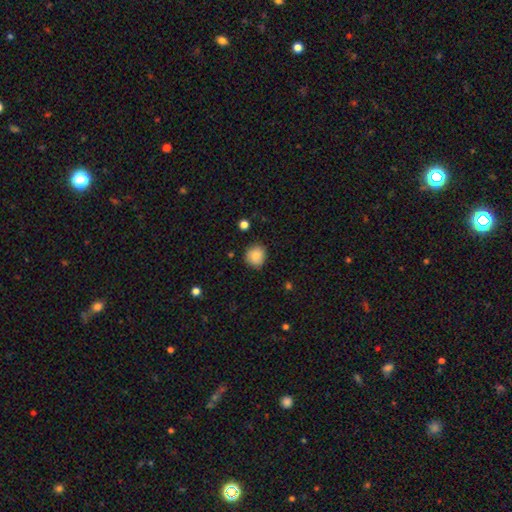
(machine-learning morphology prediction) Smooth or featured?
  - smooth: 87% *
  - star or artifact: 8%
  - featured or disk: 4%
How rounded?
  - round: 88% *
  - in between: 11%
  - cigar-shaped: 1%
Merging?
  - none: 85% *
  - minor disturbance: 11%
  - major disturbance: 3%
  - merger: 1%